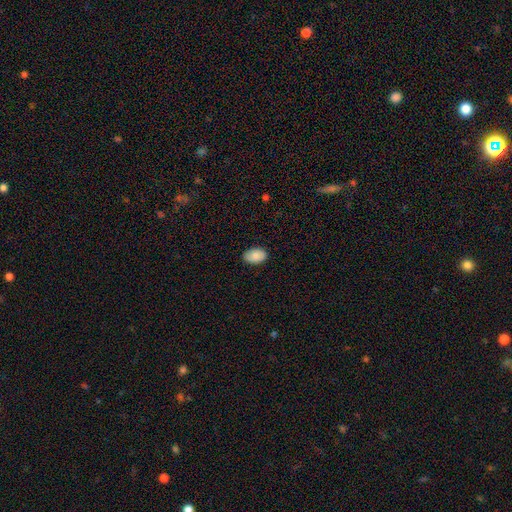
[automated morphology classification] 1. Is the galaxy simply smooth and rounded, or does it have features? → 89% smooth, 6% star or artifact, 5% featured or disk.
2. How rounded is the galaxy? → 91% in between, 8% round, 1% cigar-shaped.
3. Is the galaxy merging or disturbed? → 88% none, 10% minor disturbance, 2% major disturbance, 1% merger.